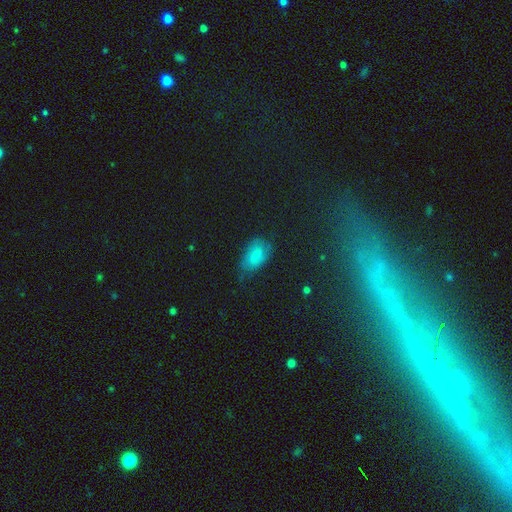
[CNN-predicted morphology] Smooth or featured? smooth (64%)
How rounded? in between (90%)
Merging? none (50%)